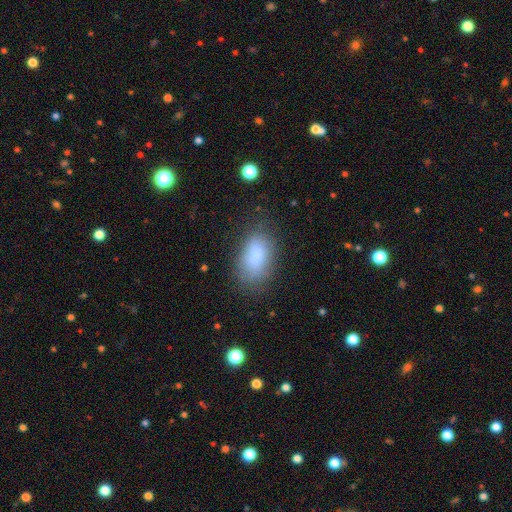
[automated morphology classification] Smooth or featured? Predicted: smooth (p=0.83). How rounded? Predicted: in between (p=0.91). Merging? Predicted: none (p=0.70).